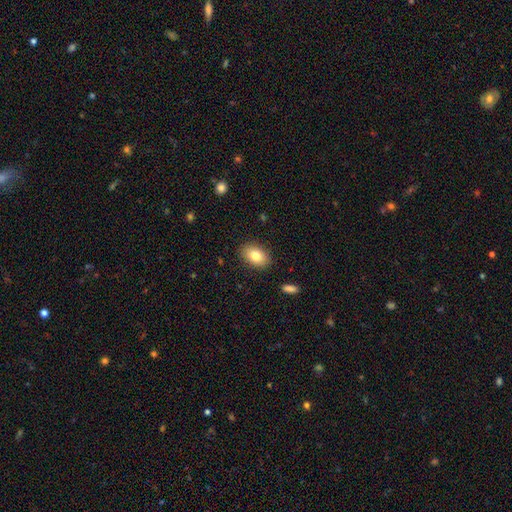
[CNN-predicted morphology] Smooth or featured?
  - smooth: 80% *
  - featured or disk: 12%
  - star or artifact: 8%
How rounded?
  - in between: 84% *
  - round: 15%
  - cigar-shaped: 1%
Merging?
  - none: 87% *
  - minor disturbance: 9%
  - major disturbance: 2%
  - merger: 1%